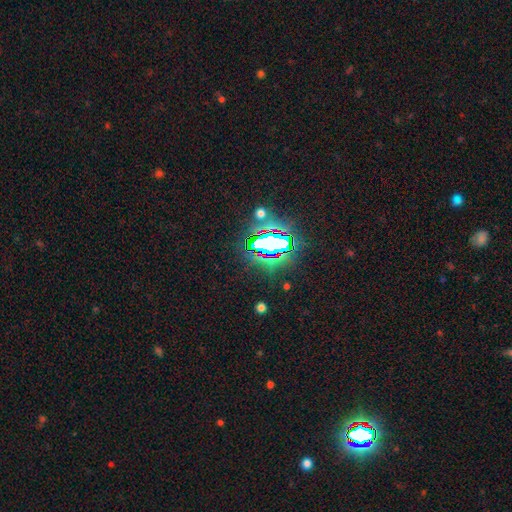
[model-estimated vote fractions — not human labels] Smooth or featured: star or artifact — 84% (smooth — 9%)